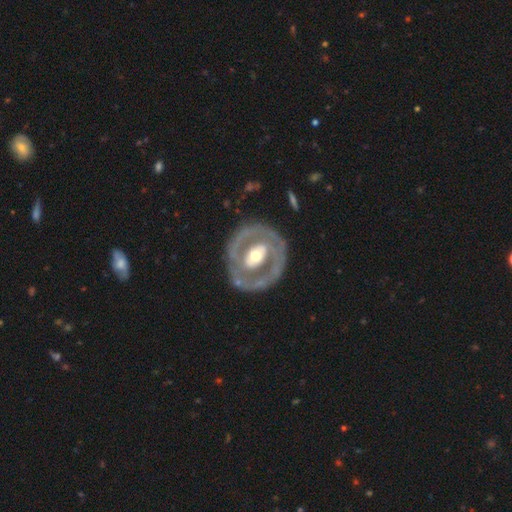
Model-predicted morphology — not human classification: This appears to be a featured or disk galaxy (74%) with no bar (42%), no spiral arms (60%) and a moderate central bulge (67%). Merging: none (75%).